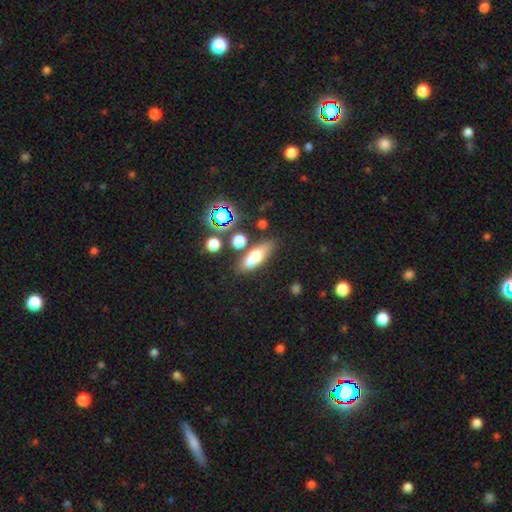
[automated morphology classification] A smooth galaxy with no disk features (59%) that is in between round and cigar-shaped (59%). Merging: none (46%).